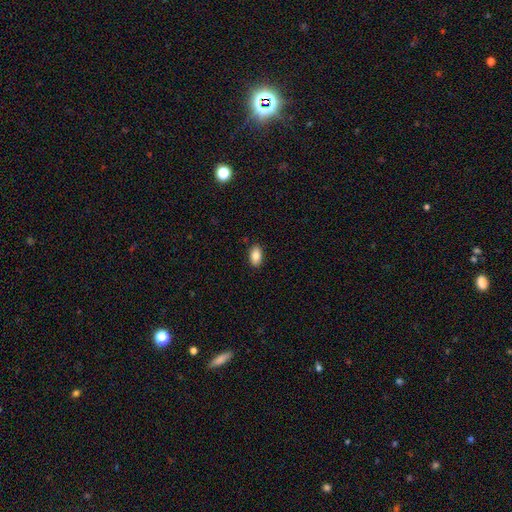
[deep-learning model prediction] Smooth or featured?
  - smooth: 85% *
  - star or artifact: 8%
  - featured or disk: 8%
How rounded?
  - in between: 92% *
  - round: 6%
  - cigar-shaped: 2%
Merging?
  - none: 89% *
  - minor disturbance: 8%
  - major disturbance: 2%
  - merger: 1%